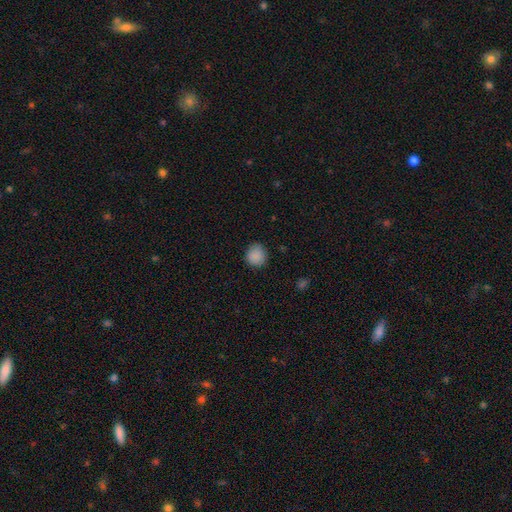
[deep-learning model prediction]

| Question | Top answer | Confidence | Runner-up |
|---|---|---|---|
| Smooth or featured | smooth | 88% | star or artifact (8%) |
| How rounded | round | 88% | in between (11%) |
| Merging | none | 84% | minor disturbance (12%) |